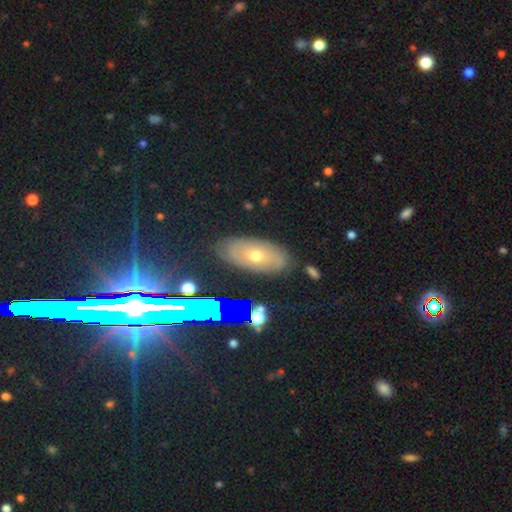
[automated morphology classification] smooth-or-featured: featured or disk: 45% | smooth: 41% | star or artifact: 14%
  merging: none: 82% | minor disturbance: 13% | major disturbance: 4% | merger: 2%